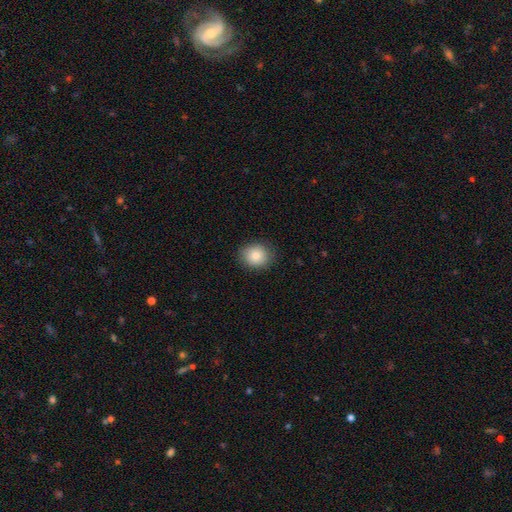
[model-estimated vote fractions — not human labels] Overall: smooth (84%). How rounded: round (68%; in between 31%). Merging: none (86%).